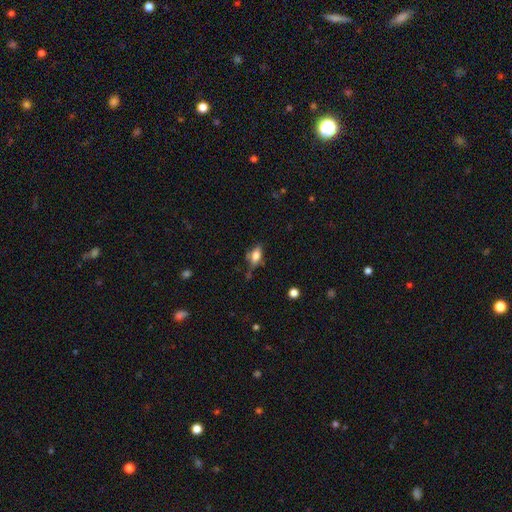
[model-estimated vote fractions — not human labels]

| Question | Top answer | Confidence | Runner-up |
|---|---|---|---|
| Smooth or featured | smooth | 63% | featured or disk (27%) |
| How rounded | in between | 78% | cigar-shaped (16%) |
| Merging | none | 58% | minor disturbance (25%) |